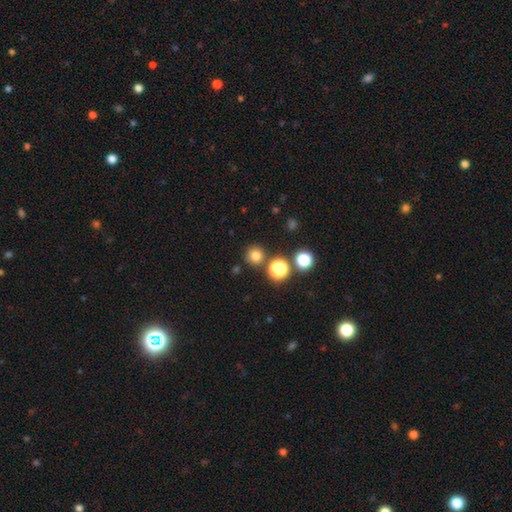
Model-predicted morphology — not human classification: smooth_or_featured: smooth (p=0.77) [alt: star or artifact p=0.18]
how_rounded: round (p=0.94) [alt: in between p=0.05]
merging: none (p=0.84) [alt: minor disturbance p=0.07]